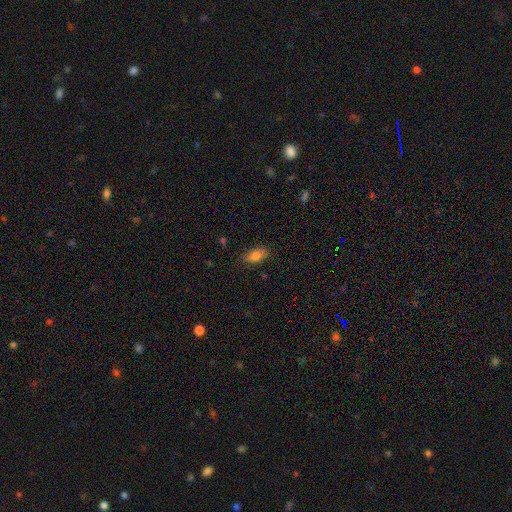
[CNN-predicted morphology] Smooth or featured?
  - smooth: 81% *
  - featured or disk: 10%
  - star or artifact: 9%
How rounded?
  - in between: 85% *
  - cigar-shaped: 10%
  - round: 4%
Merging?
  - none: 83% *
  - minor disturbance: 13%
  - major disturbance: 3%
  - merger: 1%